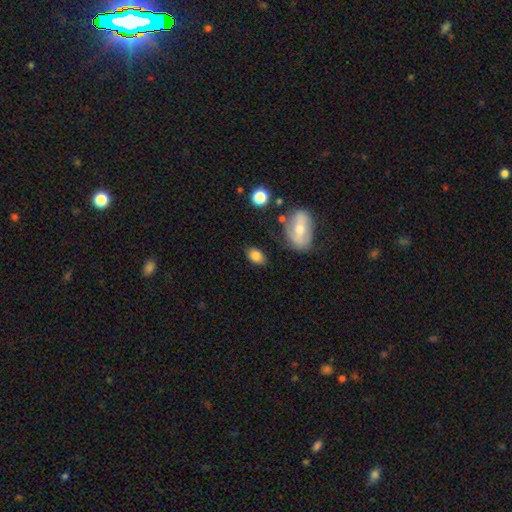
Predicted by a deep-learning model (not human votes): Morphology: type=smooth (78%); roundness=in between (86%); merging=none (78%).